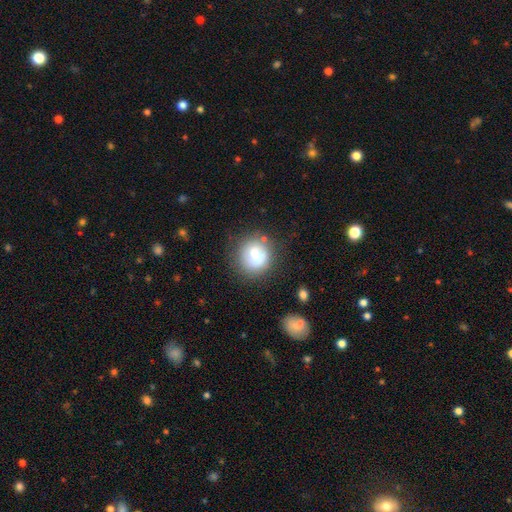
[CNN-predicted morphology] The model was most divided on "smooth or featured": smooth: 71%, featured or disk: 20%, star or artifact: 9%. More confident: how rounded — round (86%); merging — none (71%).